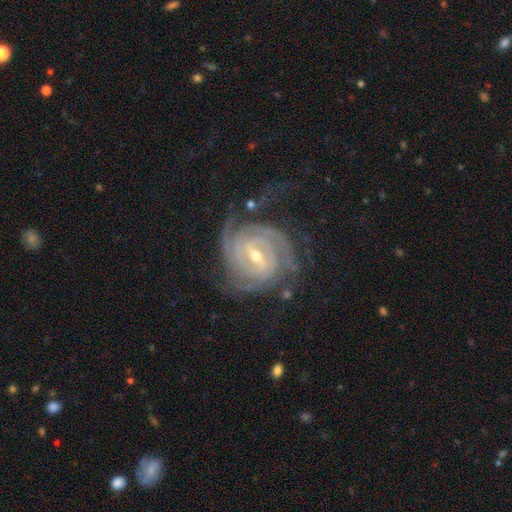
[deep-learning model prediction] smooth_or_featured: featured or disk (p=0.92) [alt: star or artifact p=0.05]
disk_edge_on: no (p=0.97) [alt: yes p=0.03]
bar: strong (p=0.47) [alt: weak p=0.43]
has_spiral_arms: yes (p=0.98) [alt: no p=0.02]
spiral_winding: tight (p=0.81) [alt: medium p=0.16]
spiral_arm_count: 3 (p=0.26) [alt: 4 p=0.24]
bulge_size: small (p=0.51) [alt: moderate p=0.45]
merging: none (p=0.70) [alt: minor disturbance p=0.17]